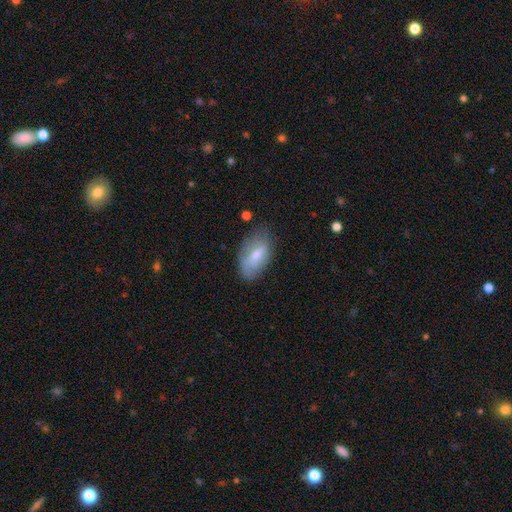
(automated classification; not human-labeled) smooth_or_featured: smooth (p=0.65) [alt: featured or disk p=0.28]
how_rounded: in between (p=0.92) [alt: round p=0.05]
merging: none (p=0.60) [alt: minor disturbance p=0.29]